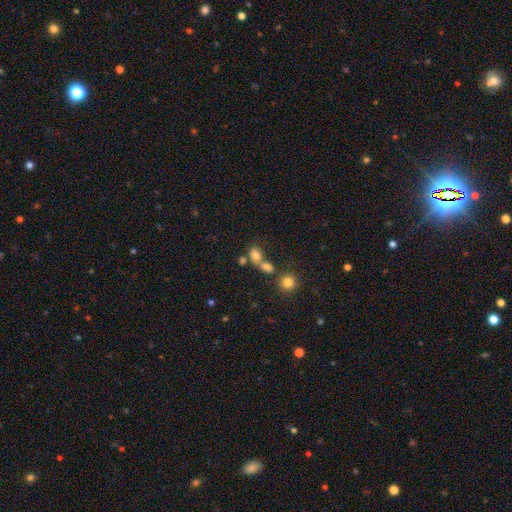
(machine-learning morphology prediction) Smooth or featured? smooth (75%)
How rounded? round (50%)
Merging? merger (53%)